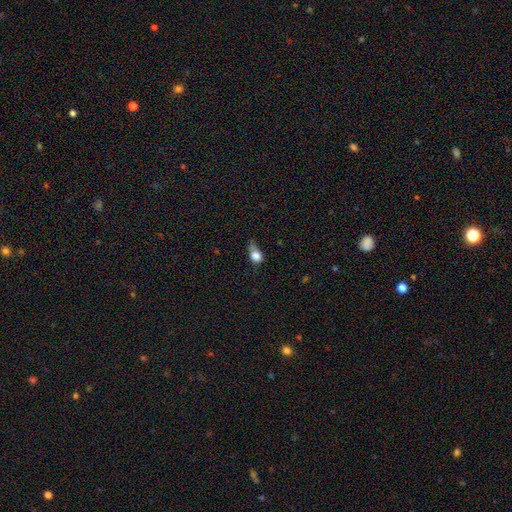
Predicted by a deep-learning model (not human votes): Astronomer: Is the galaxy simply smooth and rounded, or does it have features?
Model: smooth — 78%.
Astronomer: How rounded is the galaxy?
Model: in between — 63%.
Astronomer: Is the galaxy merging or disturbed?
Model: minor disturbance — 43% (runner-up: none, 27%).